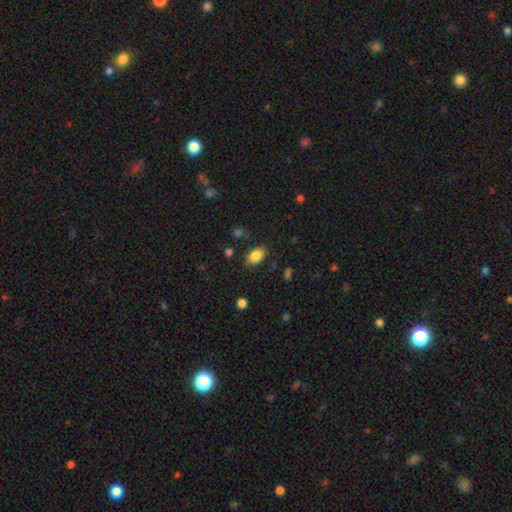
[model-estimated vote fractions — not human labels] Morphology: type=smooth (85%); roundness=in between (88%); merging=none (82%).